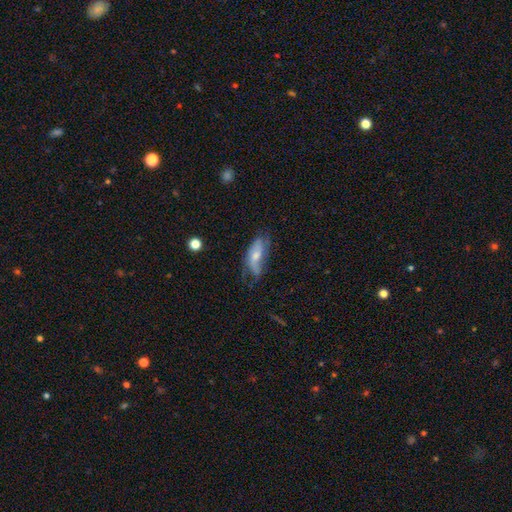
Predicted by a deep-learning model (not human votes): Smooth or featured? Predicted: featured or disk (p=0.48). Merging? Predicted: none (p=0.47).